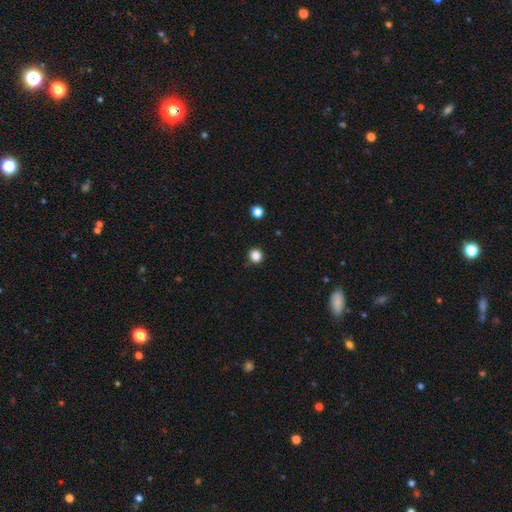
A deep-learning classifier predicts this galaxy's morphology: smooth-or-featured: smooth: 85% | star or artifact: 12% | featured or disk: 3%
  how-rounded: round: 94% | in between: 5% | cigar-shaped: 1%
  merging: none: 91% | minor disturbance: 6% | major disturbance: 2% | merger: 1%